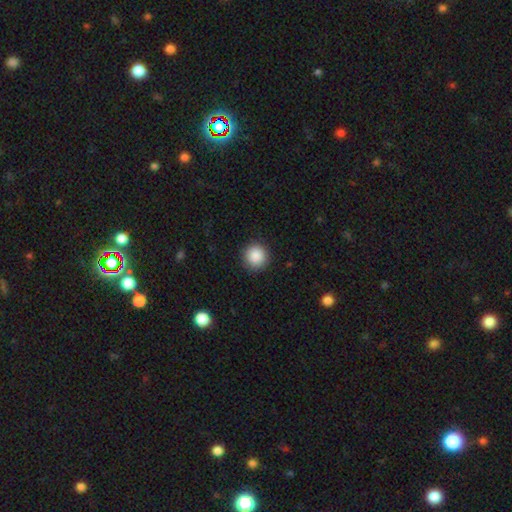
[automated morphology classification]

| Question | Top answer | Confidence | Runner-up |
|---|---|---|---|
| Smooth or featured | smooth | 88% | star or artifact (9%) |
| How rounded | round | 95% | in between (4%) |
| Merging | none | 90% | minor disturbance (7%) |